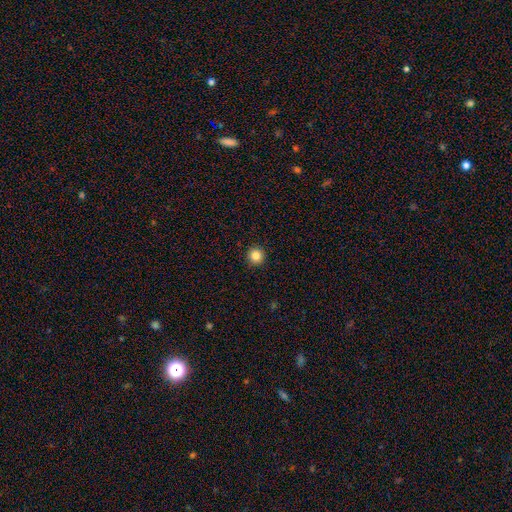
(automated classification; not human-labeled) Overall: smooth (85%). How rounded: round (95%). Merging: none (93%).